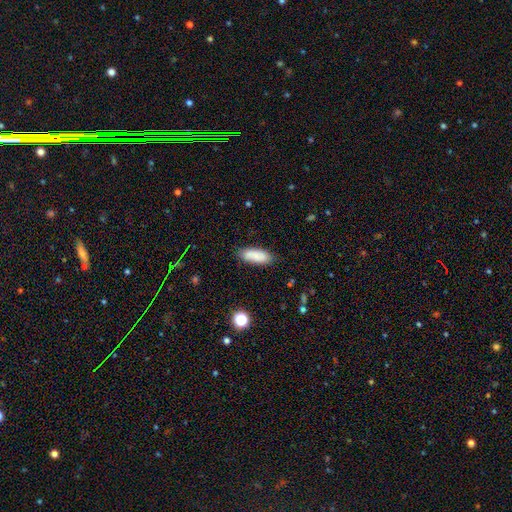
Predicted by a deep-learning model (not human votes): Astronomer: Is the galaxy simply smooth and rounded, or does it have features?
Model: smooth — 83%.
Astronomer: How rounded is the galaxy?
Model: in between — 75%.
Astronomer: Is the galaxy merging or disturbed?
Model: none — 80%.